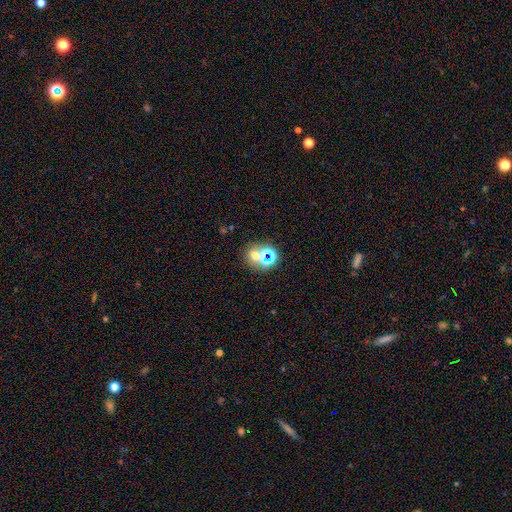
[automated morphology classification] This is possibly a smooth galaxy (49%). Merging: possibly none (57%).